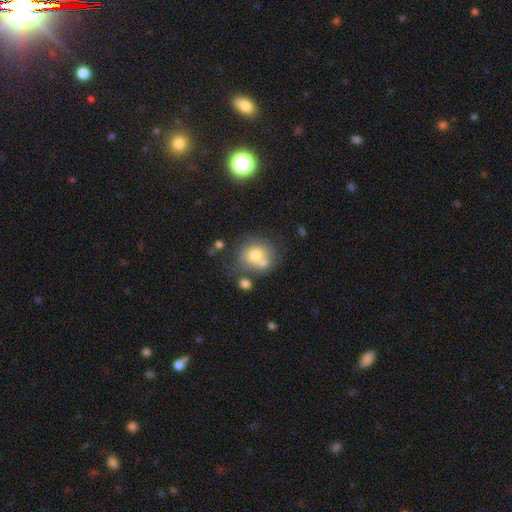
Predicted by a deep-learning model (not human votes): smooth 66%, featured or disk 24%, star or artifact 10%. Down the decision tree: how rounded — round (74%); merging — none (44%).